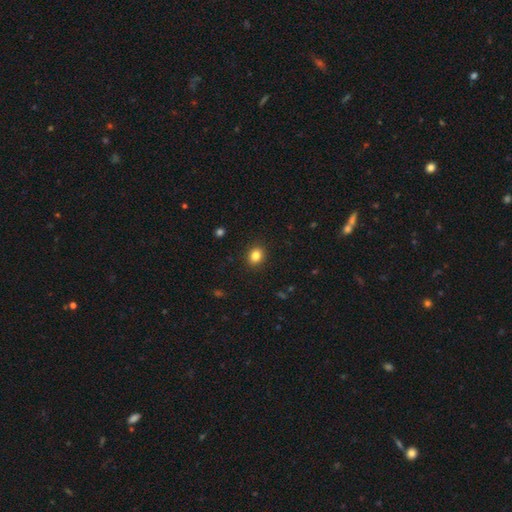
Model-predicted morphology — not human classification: A smooth galaxy with no disk features (83%) that is round (64%). Merging: none (90%).